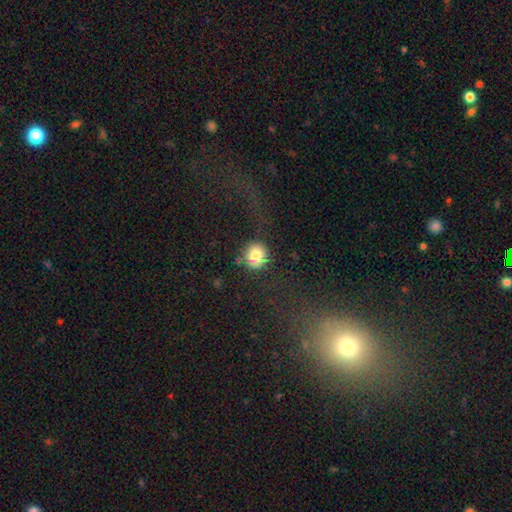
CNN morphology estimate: Smooth or featured: smooth — 80% (star or artifact — 10%)
How rounded: round — 87% (in between — 12%)
Merging: none — 67% (minor disturbance — 16%)